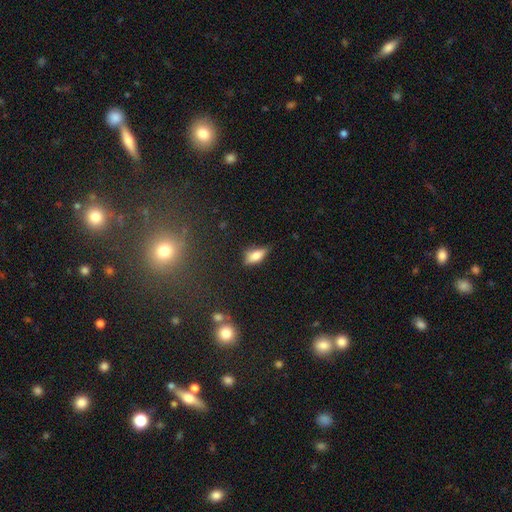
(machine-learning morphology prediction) type=smooth (69%); roundness=in between (76%); merging=none (60%).